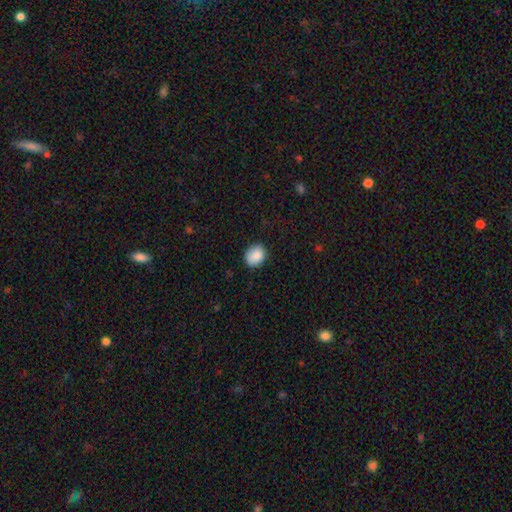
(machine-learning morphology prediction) smooth_or_featured: smooth (p=0.88) [alt: star or artifact p=0.08]
how_rounded: round (p=0.55) [alt: in between p=0.44]
merging: none (p=0.83) [alt: minor disturbance p=0.14]